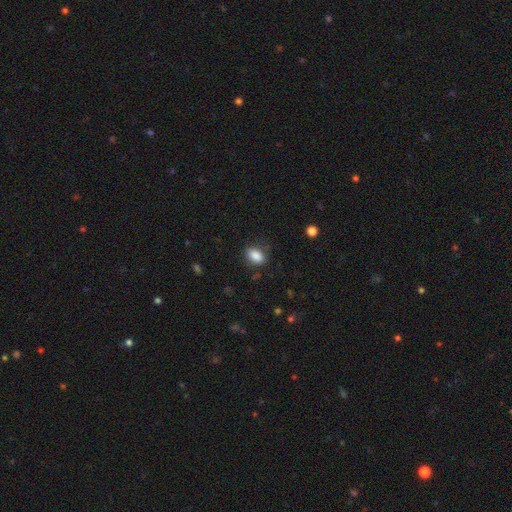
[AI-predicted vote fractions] This is clearly a smooth galaxy (87%). How rounded: clearly in between (87%). Merging: clearly none (80%).